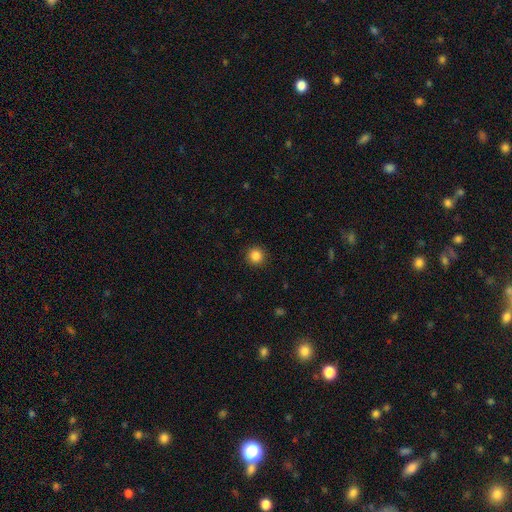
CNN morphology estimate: Q: Smooth or featured?
A: smooth (85%); runner-up: star or artifact (11%)
Q: How rounded?
A: round (95%); runner-up: in between (4%)
Q: Merging?
A: none (92%); runner-up: minor disturbance (5%)